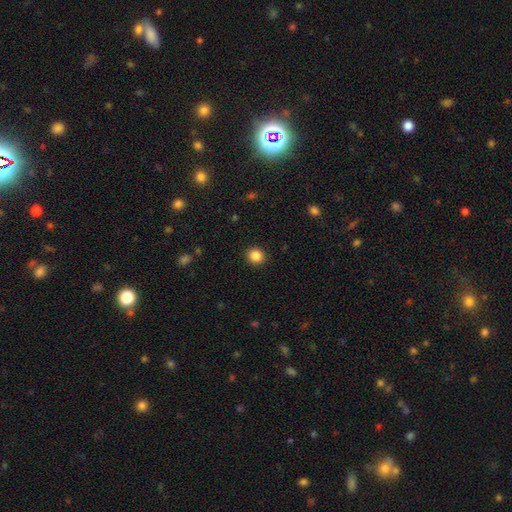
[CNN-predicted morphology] Q: Smooth or featured?
A: smooth (86%); runner-up: star or artifact (11%)
Q: How rounded?
A: round (85%); runner-up: in between (14%)
Q: Merging?
A: none (91%); runner-up: minor disturbance (6%)